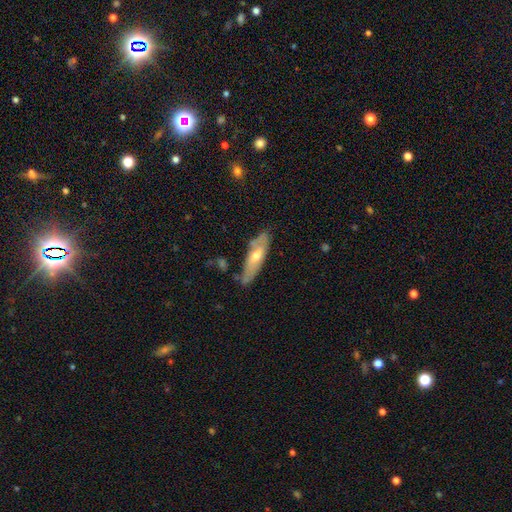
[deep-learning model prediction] This is possibly a featured or disk galaxy (50%). Merging: likely none (70%).